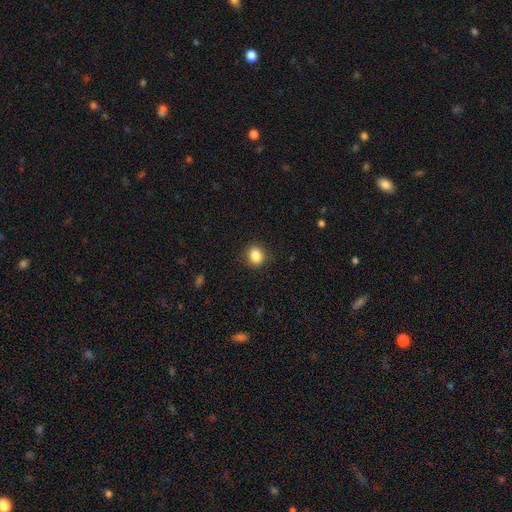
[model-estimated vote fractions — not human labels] Smooth or featured?
  - smooth: 86% *
  - star or artifact: 10%
  - featured or disk: 4%
How rounded?
  - round: 64% *
  - in between: 35%
  - cigar-shaped: 1%
Merging?
  - none: 88% *
  - minor disturbance: 8%
  - major disturbance: 3%
  - merger: 1%